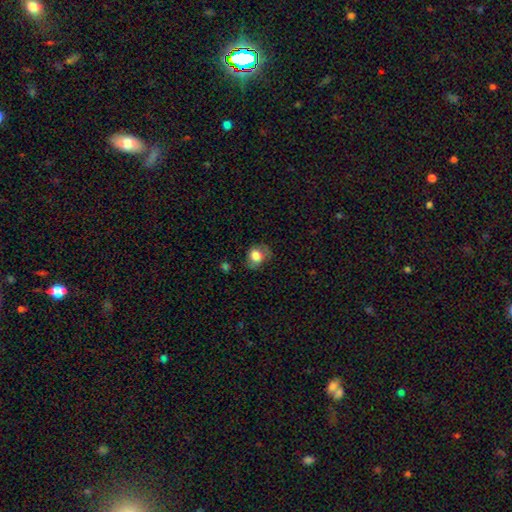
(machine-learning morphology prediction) Smooth or featured? smooth (78%)
How rounded? round (53%)
Merging? none (66%)